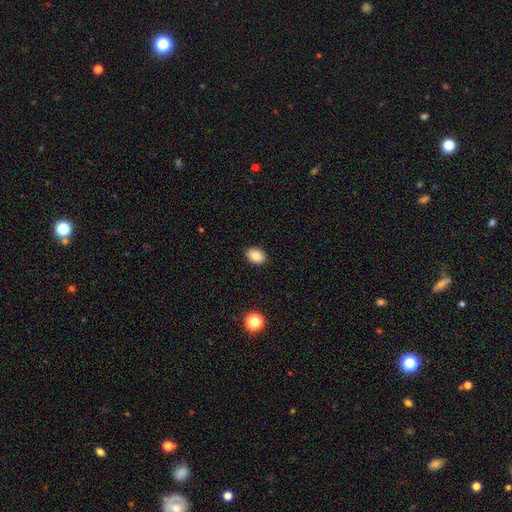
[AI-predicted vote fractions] Q: Smooth or featured?
A: smooth (84%); runner-up: star or artifact (9%)
Q: How rounded?
A: in between (72%); runner-up: round (27%)
Q: Merging?
A: none (90%); runner-up: minor disturbance (7%)